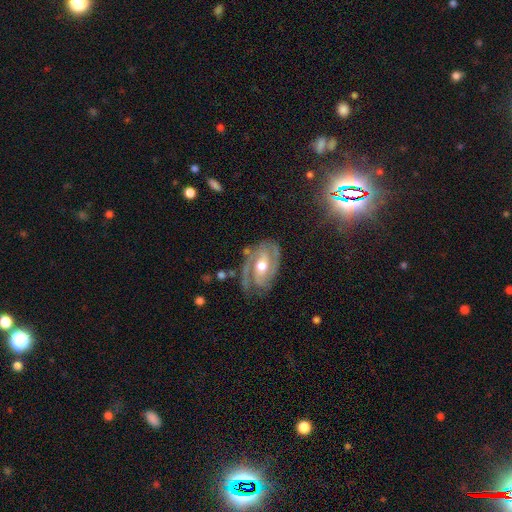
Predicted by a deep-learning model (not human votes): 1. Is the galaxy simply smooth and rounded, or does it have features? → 88% featured or disk, 6% smooth, 6% star or artifact.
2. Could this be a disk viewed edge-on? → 96% no, 4% yes.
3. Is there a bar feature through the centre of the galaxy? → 38% weak, 34% no, 27% strong.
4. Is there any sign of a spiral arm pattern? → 95% yes, 5% no.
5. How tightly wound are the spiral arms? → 48% tight, 42% medium, 10% loose.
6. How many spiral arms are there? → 77% 2, 8% 3, 8% can't tell, 4% 1, 2% 4, 2% more than 4.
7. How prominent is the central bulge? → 76% moderate, 16% small, 6% large, 1% none, 1% dominant.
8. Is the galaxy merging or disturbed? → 72% none, 19% minor disturbance, 8% major disturbance, 2% merger.